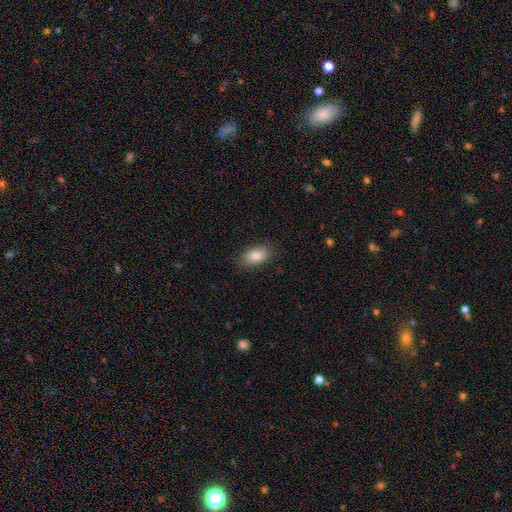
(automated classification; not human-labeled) Q: Smooth or featured?
A: smooth (83%); runner-up: featured or disk (10%)
Q: How rounded?
A: in between (91%); runner-up: round (5%)
Q: Merging?
A: none (84%); runner-up: minor disturbance (12%)